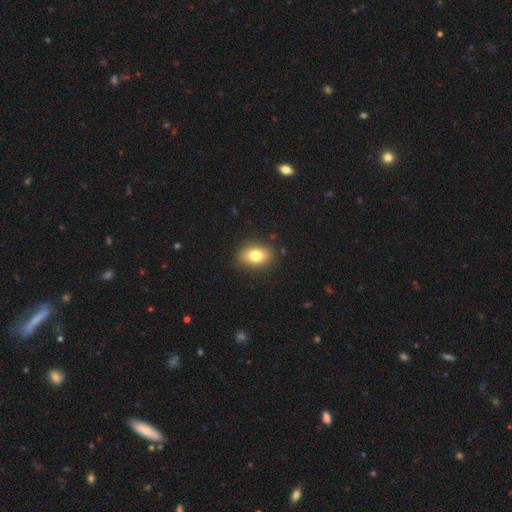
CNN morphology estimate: This appears to be a smooth galaxy with no disk features (79%) that is in between round and cigar-shaped (77%). Merging: none (86%).